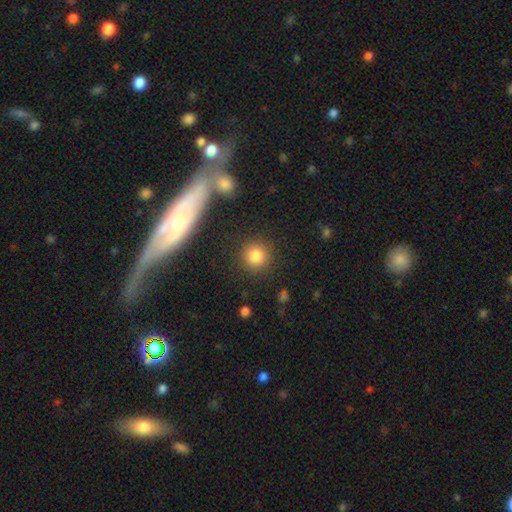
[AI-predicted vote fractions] smooth 81%, star or artifact 13%, featured or disk 7%. Down the decision tree: how rounded — round (92%); merging — none (89%).